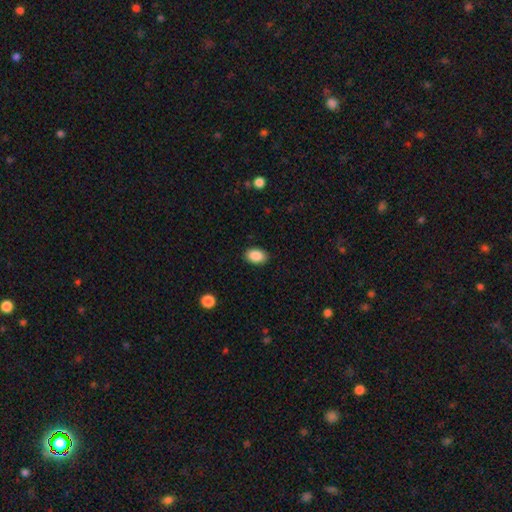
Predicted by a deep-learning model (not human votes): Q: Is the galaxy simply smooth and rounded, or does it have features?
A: smooth — 89%.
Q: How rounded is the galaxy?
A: in between — 86%.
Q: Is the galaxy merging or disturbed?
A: none — 87%.